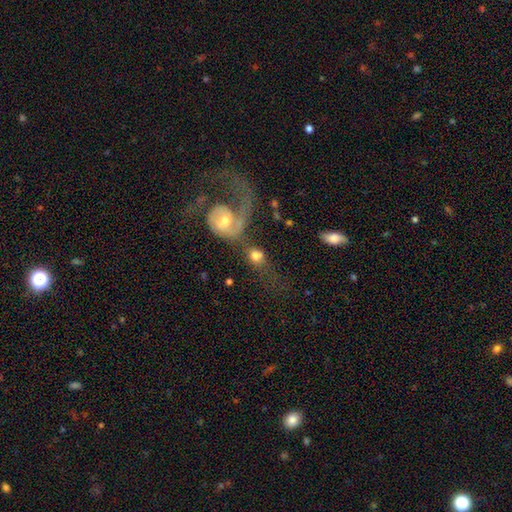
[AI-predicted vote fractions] This appears to be a smooth galaxy with no disk features (57%) that is round (59%). Merging: merger (49%).